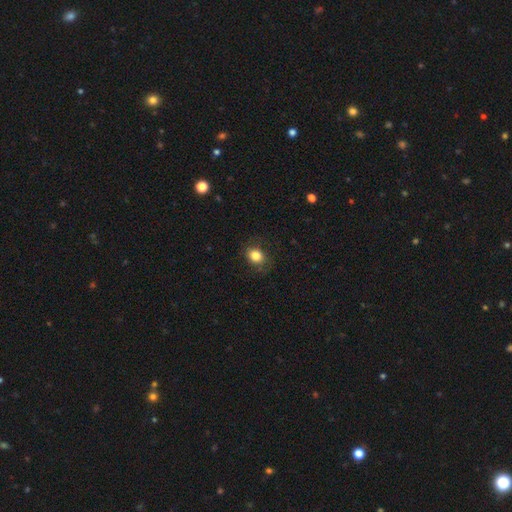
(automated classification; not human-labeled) Overall: smooth (82%). How rounded: round (53%; in between 46%). Merging: none (78%).